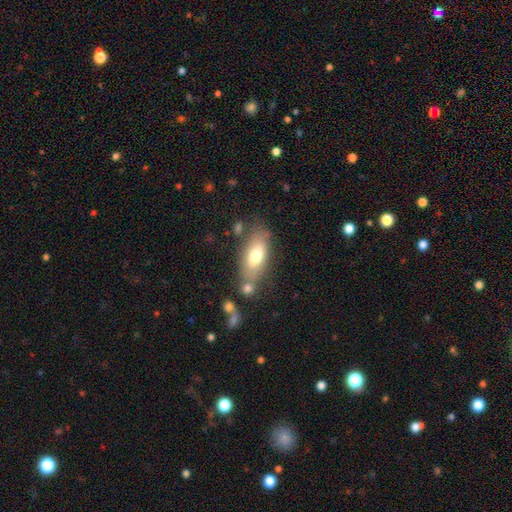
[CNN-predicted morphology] smooth_or_featured: smooth (p=0.69) [alt: featured or disk p=0.24]
how_rounded: in between (p=0.83) [alt: cigar-shaped p=0.13]
merging: none (p=0.65) [alt: minor disturbance p=0.17]